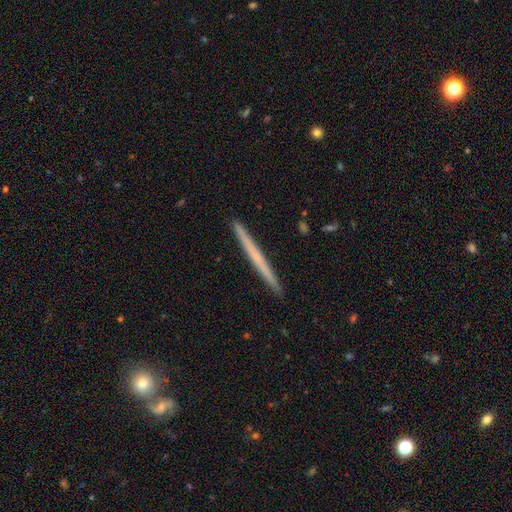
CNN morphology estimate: The model was most divided on "smooth or featured": featured or disk: 49%, smooth: 45%, star or artifact: 6%. More confident: merging — none (93%).